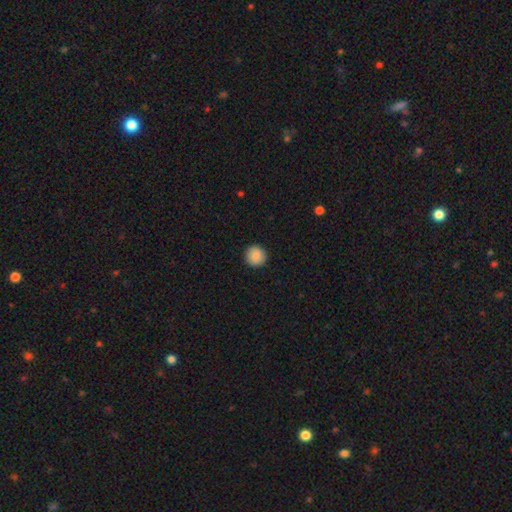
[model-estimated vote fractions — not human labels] This appears to be a smooth galaxy with no disk features (87%) that is round (95%). Merging: none (92%).